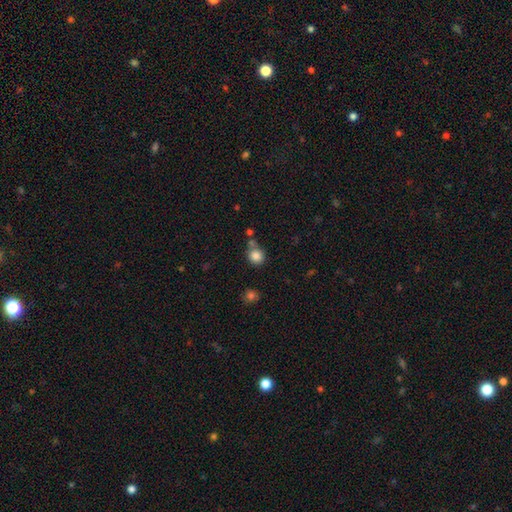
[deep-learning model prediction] Smooth or featured: smooth — 84% (star or artifact — 11%)
How rounded: round — 88% (in between — 12%)
Merging: none — 64% (merger — 18%)